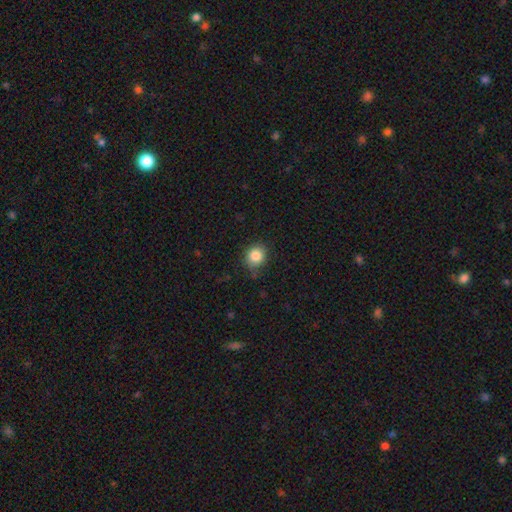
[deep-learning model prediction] smooth-or-featured: smooth: 84% | star or artifact: 10% | featured or disk: 6%
  how-rounded: round: 81% | in between: 18% | cigar-shaped: 1%
  merging: none: 80% | minor disturbance: 16% | major disturbance: 3% | merger: 2%